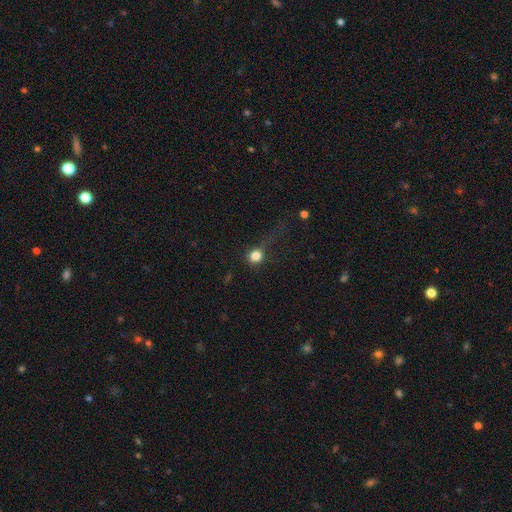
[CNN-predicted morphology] A smooth galaxy with no disk features (79%) that is round (86%). Merging: none (48%).